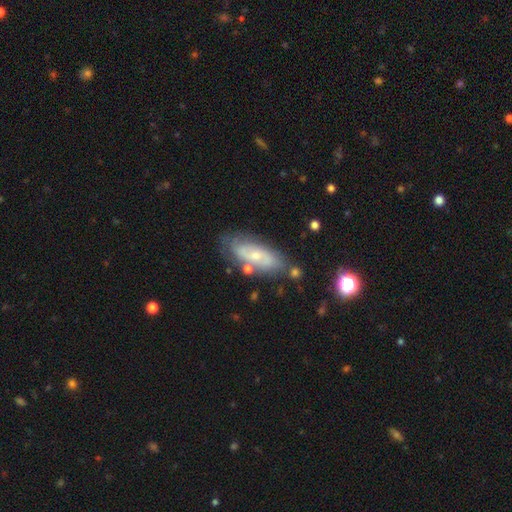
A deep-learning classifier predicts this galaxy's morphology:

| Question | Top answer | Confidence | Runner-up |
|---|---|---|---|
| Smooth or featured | featured or disk | 60% | smooth (33%) |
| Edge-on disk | no | 85% | yes (15%) |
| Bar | no | 68% | weak (25%) |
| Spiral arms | yes | 73% | no (27%) |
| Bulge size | small | 66% | moderate (29%) |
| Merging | none | 69% | minor disturbance (19%) |